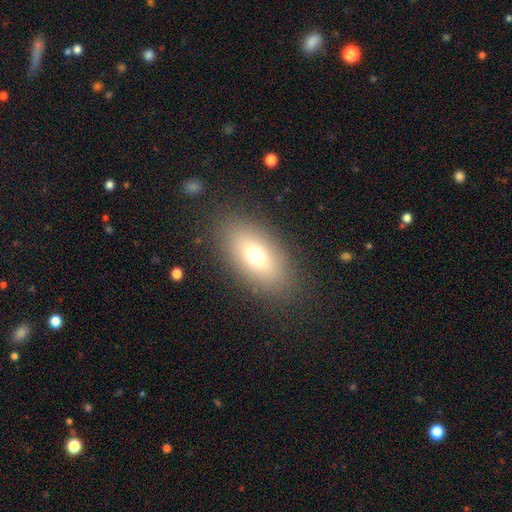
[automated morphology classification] Smooth or featured: smooth — 70% (featured or disk — 19%)
How rounded: in between — 87% (round — 7%)
Merging: none — 85% (minor disturbance — 9%)